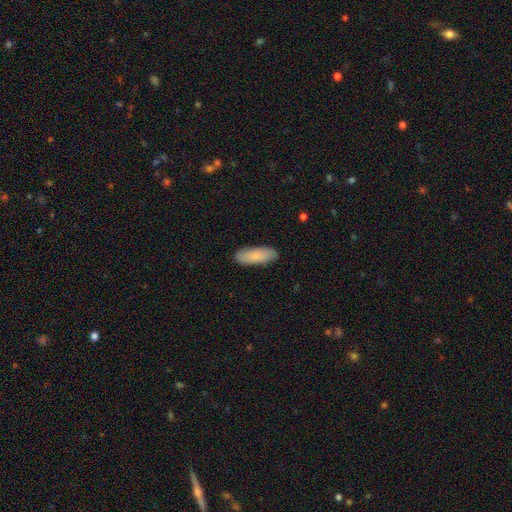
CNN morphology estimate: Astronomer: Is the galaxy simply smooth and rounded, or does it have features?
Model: smooth — 86%.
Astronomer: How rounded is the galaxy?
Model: in between — 63%.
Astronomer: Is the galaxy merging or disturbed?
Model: none — 88%.